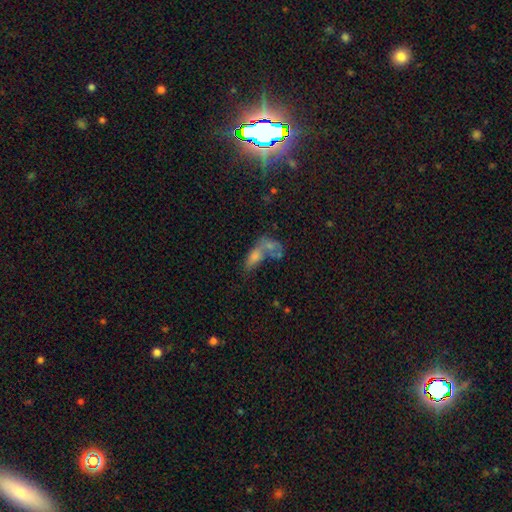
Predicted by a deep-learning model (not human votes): Smooth or featured: smooth — 46% (featured or disk — 28%)
Merging: merger — 54% (none — 25%)